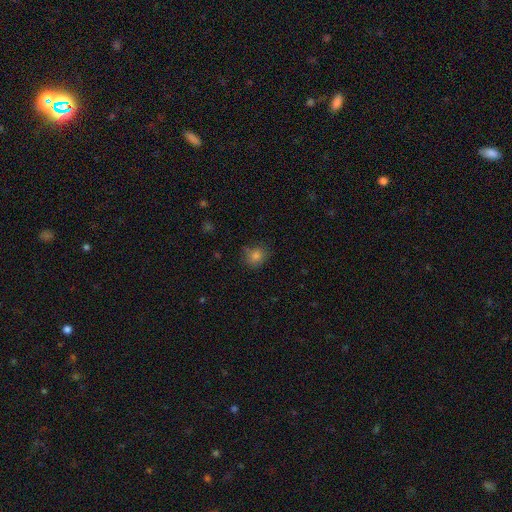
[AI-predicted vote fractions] Morphology: type=smooth (80%); roundness=round (73%); merging=none (76%).